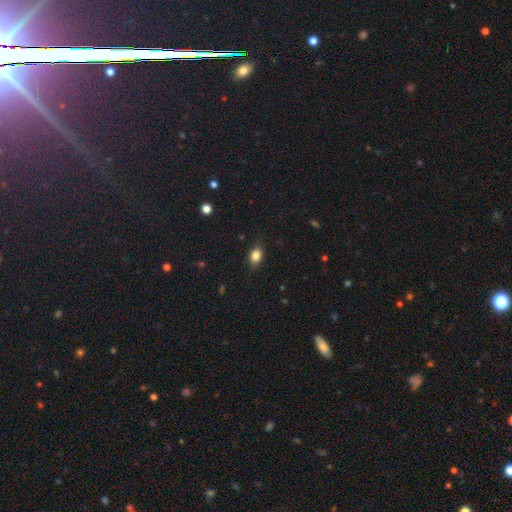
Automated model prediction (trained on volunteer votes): Morphology: type=smooth (83%); roundness=in between (74%); merging=none (83%).